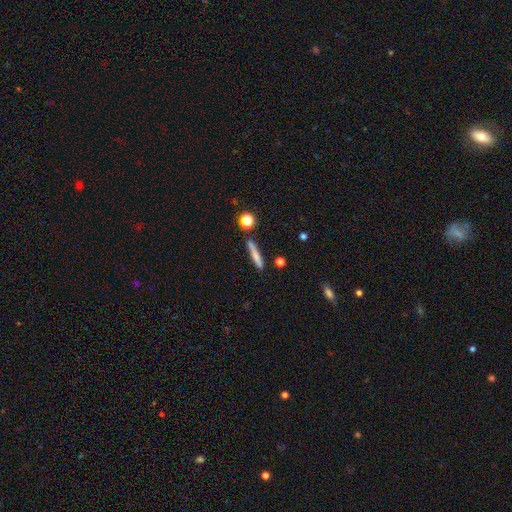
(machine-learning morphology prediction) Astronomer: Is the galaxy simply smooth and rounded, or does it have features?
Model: smooth — 69%.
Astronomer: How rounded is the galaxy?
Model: cigar-shaped — 92%.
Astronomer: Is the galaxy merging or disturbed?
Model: none — 82%.